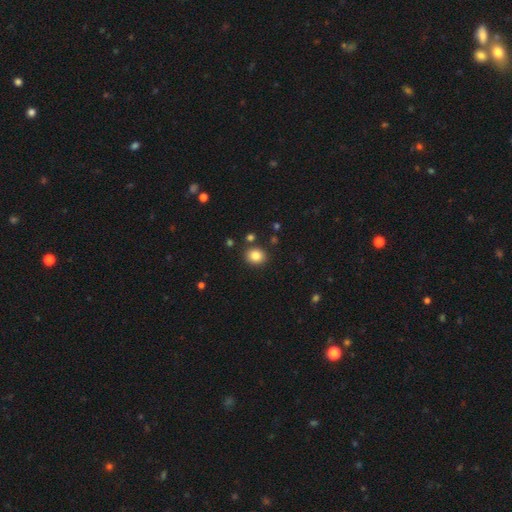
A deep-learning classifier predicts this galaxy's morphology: A smooth galaxy with no disk features (84%) that is round (66%).

Vote fractions:
- Smooth or featured? smooth: 84% / star or artifact: 10% / featured or disk: 6%
- How rounded? round: 66% / in between: 33% / cigar-shaped: 1%
- Merging? none: 86% / minor disturbance: 8% / merger: 4% / major disturbance: 2%